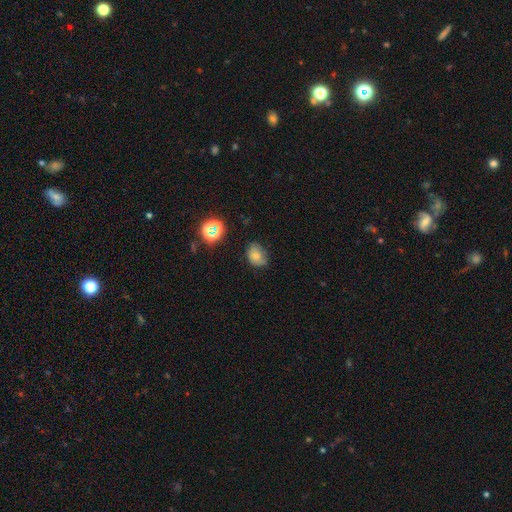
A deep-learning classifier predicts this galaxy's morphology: smooth_or_featured: smooth (p=0.65) [alt: featured or disk p=0.20]
how_rounded: in between (p=0.62) [alt: round p=0.37]
merging: none (p=0.60) [alt: minor disturbance p=0.30]